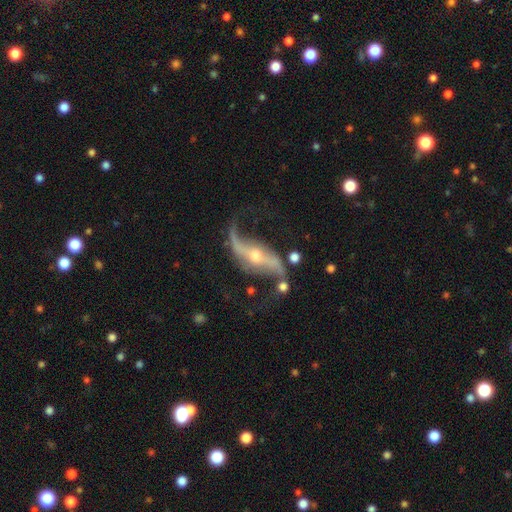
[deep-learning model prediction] Q: Smooth or featured?
A: featured or disk (90%); runner-up: star or artifact (5%)
Q: Edge-on disk?
A: no (90%); runner-up: yes (10%)
Q: Bar?
A: strong (52%); runner-up: weak (24%)
Q: Spiral arms?
A: yes (95%); runner-up: no (5%)
Q: Spiral winding?
A: loose (86%); runner-up: medium (10%)
Q: Spiral arm count?
A: 2 (92%); runner-up: 1 (4%)
Q: Bulge size?
A: small (50%); runner-up: moderate (45%)
Q: Merging?
A: none (64%); runner-up: minor disturbance (17%)